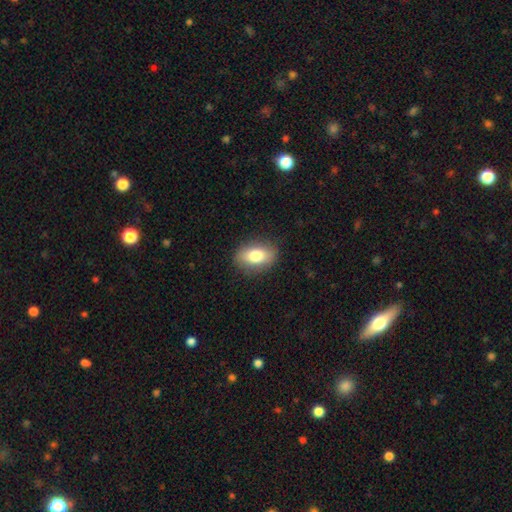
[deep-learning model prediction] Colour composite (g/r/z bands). It shows a smooth galaxy with no disk features (78%) that is in between round and cigar-shaped (85%). Merging: none (86%).